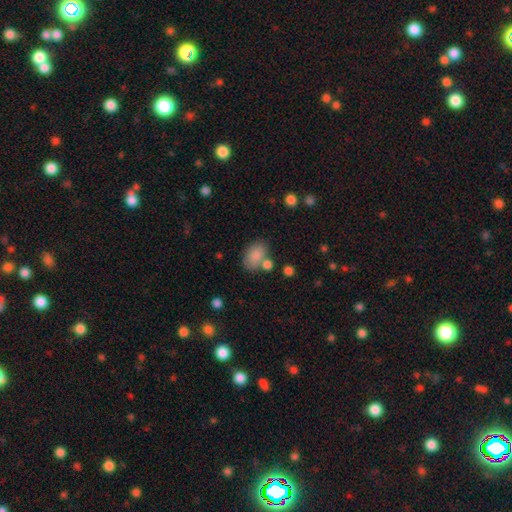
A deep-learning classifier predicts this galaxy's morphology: smooth 84%, star or artifact 8%, featured or disk 8%. Down the decision tree: how rounded — in between (83%); merging — none (59%).